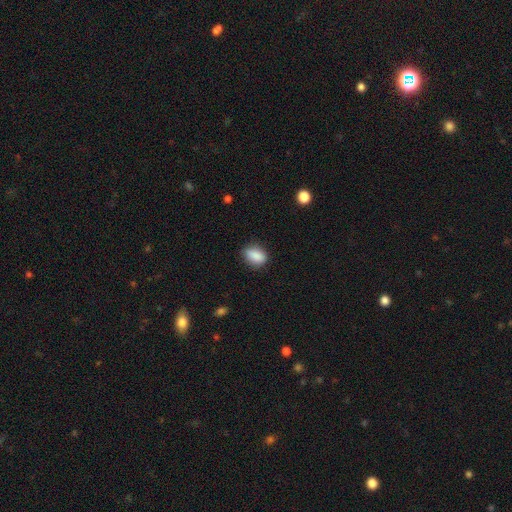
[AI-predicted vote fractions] The model was most divided on "how rounded": in between: 79%, round: 17%, cigar-shaped: 3%. More confident: smooth or featured — smooth (87%); merging — none (80%).